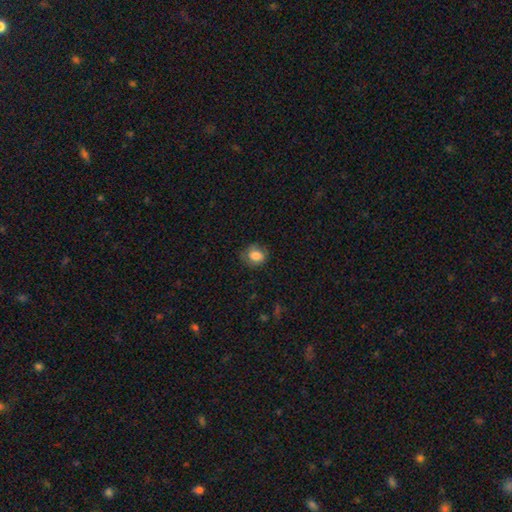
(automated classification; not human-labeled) The model was most divided on "how rounded": round: 61%, in between: 38%, cigar-shaped: 1%. More confident: smooth or featured — smooth (80%); merging — none (71%).